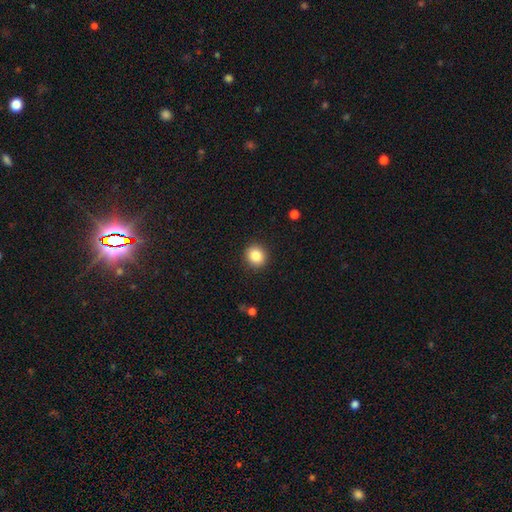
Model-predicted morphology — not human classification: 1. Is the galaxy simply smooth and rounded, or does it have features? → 86% smooth, 9% star or artifact, 5% featured or disk.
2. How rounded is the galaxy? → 85% round, 14% in between, 1% cigar-shaped.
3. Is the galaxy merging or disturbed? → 91% none, 6% minor disturbance, 2% major disturbance, 1% merger.